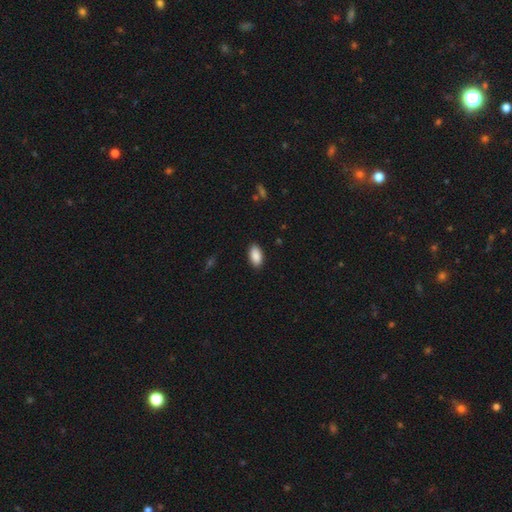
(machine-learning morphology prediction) A smooth galaxy with no disk features (90%) that is in between round and cigar-shaped (94%). Merging: none (88%).